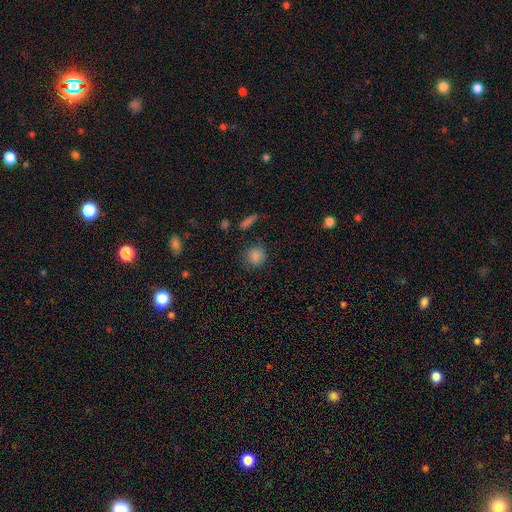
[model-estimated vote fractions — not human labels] The model was most divided on "smooth or featured": smooth: 83%, star or artifact: 12%, featured or disk: 5%. More confident: how rounded — round (86%); merging — none (82%).